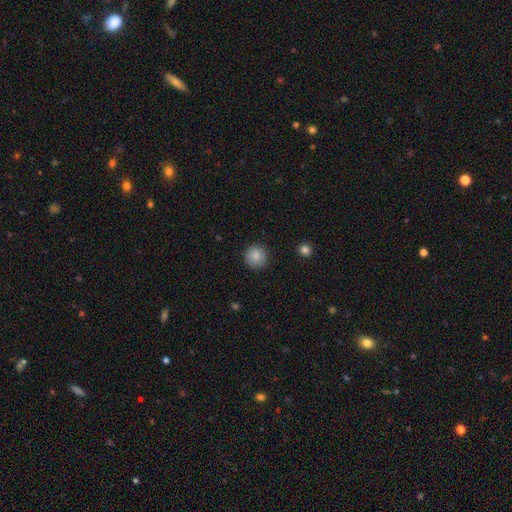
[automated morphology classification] Smooth or featured? Predicted: smooth (p=0.87). How rounded? Predicted: round (p=0.93). Merging? Predicted: none (p=0.88).